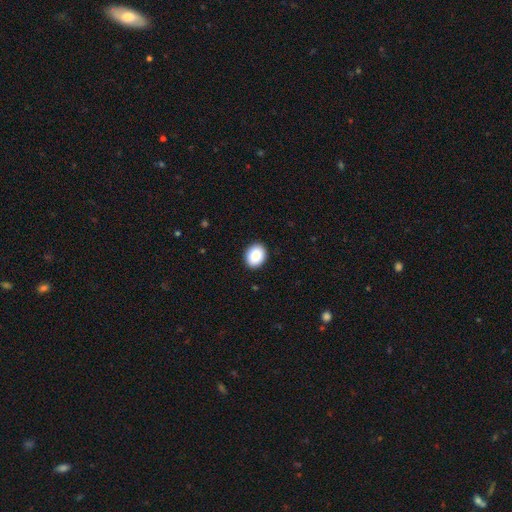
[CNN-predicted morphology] Smooth or featured: smooth — 89% (star or artifact — 7%)
How rounded: in between — 57% (round — 42%)
Merging: none — 91% (minor disturbance — 7%)